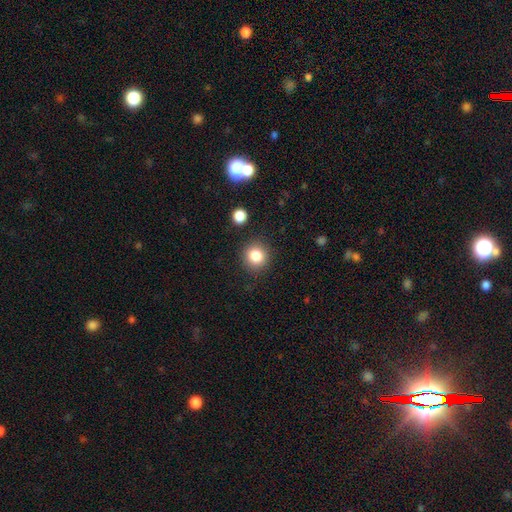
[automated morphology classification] This is clearly a smooth galaxy (83%). How rounded: clearly round (90%). Merging: clearly none (88%).